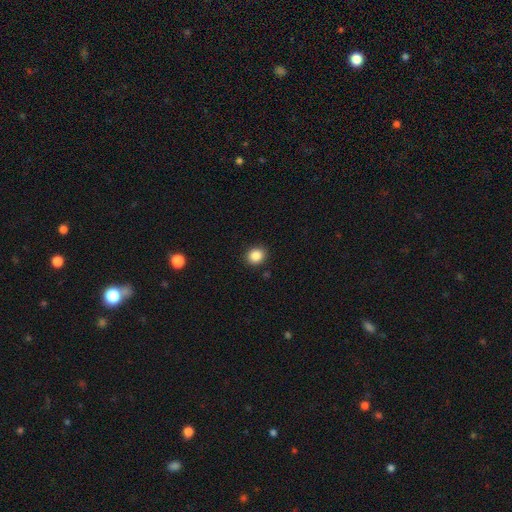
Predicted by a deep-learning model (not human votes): Overall: smooth (86%). How rounded: round (76%). Merging: none (90%).